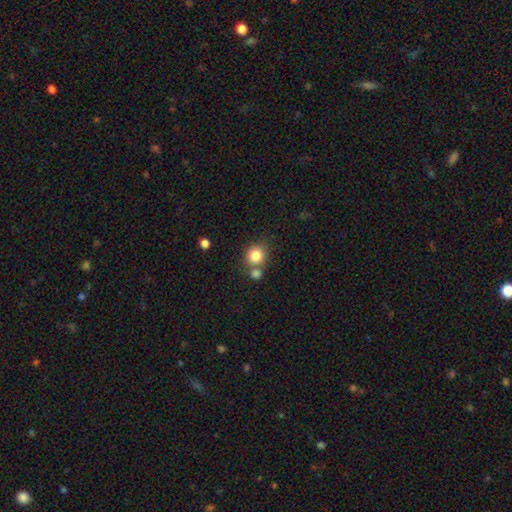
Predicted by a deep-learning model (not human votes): Smooth or featured? Predicted: smooth (p=0.83). How rounded? Predicted: round (p=0.82). Merging? Predicted: none (p=0.59).